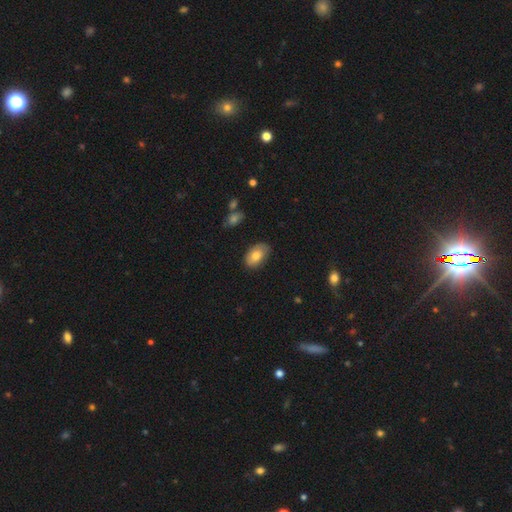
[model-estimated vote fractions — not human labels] The model was most divided on "smooth or featured": smooth: 76%, featured or disk: 18%, star or artifact: 7%. More confident: how rounded — in between (91%); merging — none (77%).